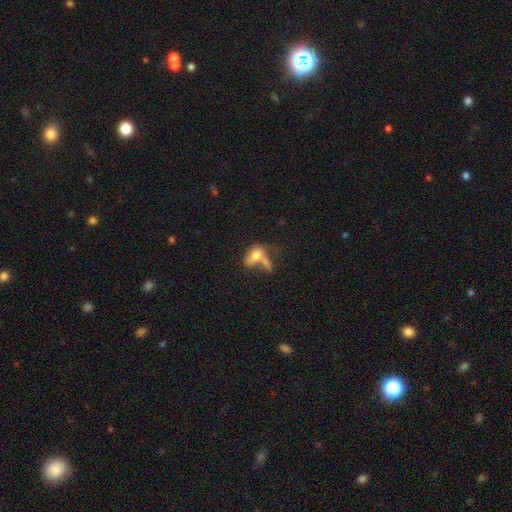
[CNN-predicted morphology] A smooth galaxy with no disk features (64%) that is in between round and cigar-shaped (76%). Merging: merger (45%).